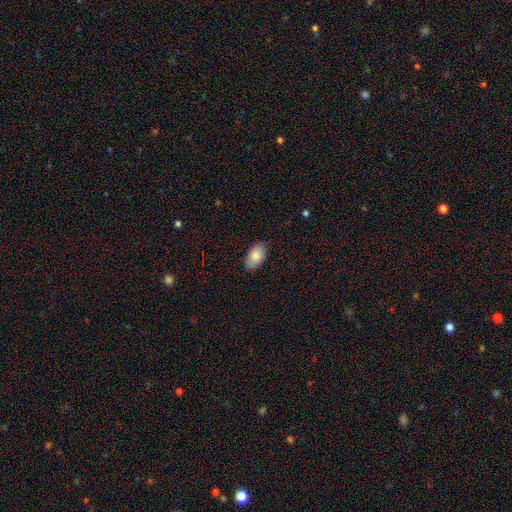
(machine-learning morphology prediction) A smooth galaxy with no disk features (86%) that is in between round and cigar-shaped (94%). Merging: none (83%).